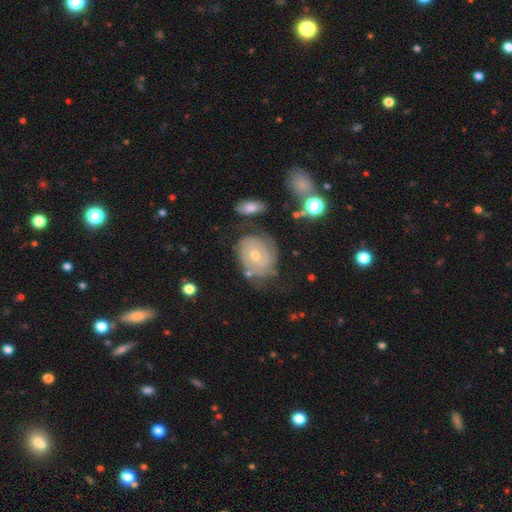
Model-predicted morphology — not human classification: Smooth or featured? featured or disk (76%)
Edge-on disk? no (97%)
Bar? no (75%)
Spiral arms? yes (84%)
Spiral winding? tight (75%)
Spiral arm count? 2 (42%)
Bulge size? moderate (55%)
Merging? none (63%)